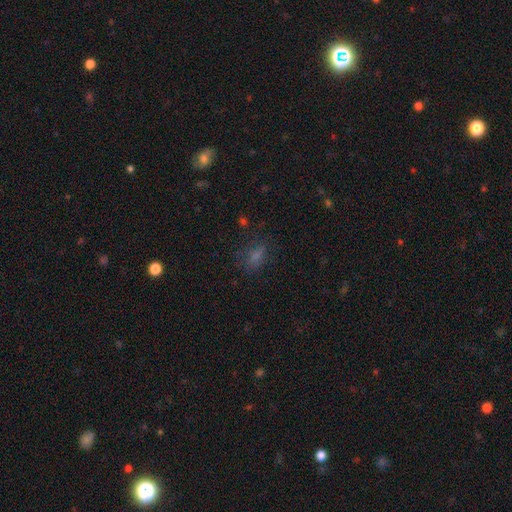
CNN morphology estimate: The model was most divided on "smooth or featured": smooth: 59%, star or artifact: 29%, featured or disk: 12%. More confident: how rounded — in between (72%); merging — none (70%).